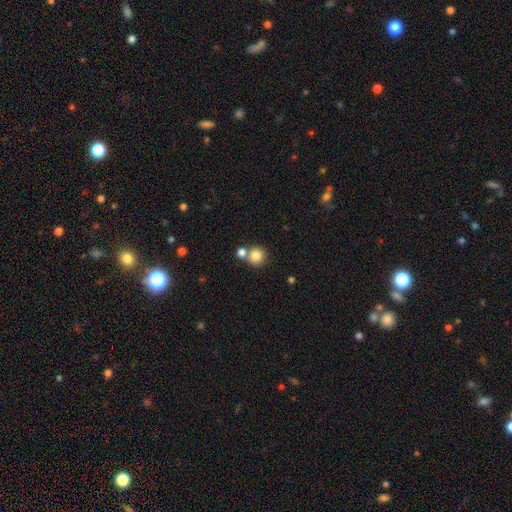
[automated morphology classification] smooth_or_featured: smooth (p=0.82) [alt: star or artifact p=0.11]
how_rounded: round (p=0.92) [alt: in between p=0.07]
merging: none (p=0.61) [alt: merger p=0.29]